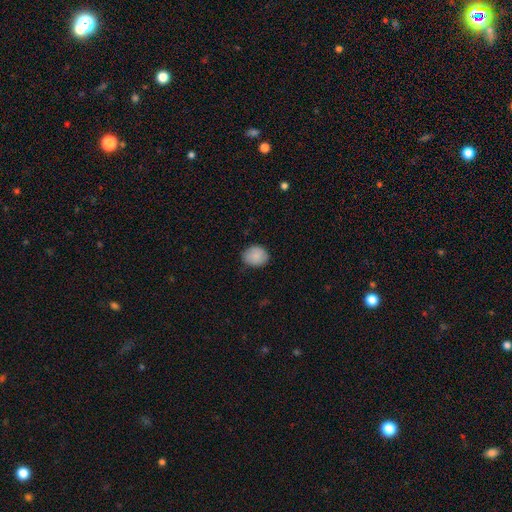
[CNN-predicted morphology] smooth-or-featured: smooth: 87% | star or artifact: 7% | featured or disk: 5%
  how-rounded: round: 59% | in between: 41% | cigar-shaped: 1%
  merging: none: 81% | minor disturbance: 16% | major disturbance: 3% | merger: 1%